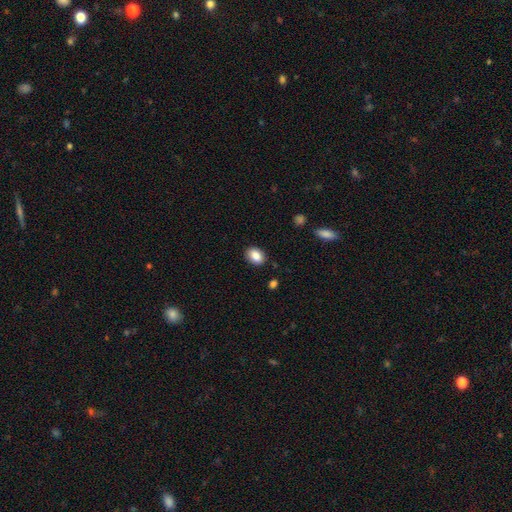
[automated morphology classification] The model was most divided on "how rounded": in between: 72%, round: 27%, cigar-shaped: 1%. More confident: merging — none (87%); smooth or featured — smooth (86%).